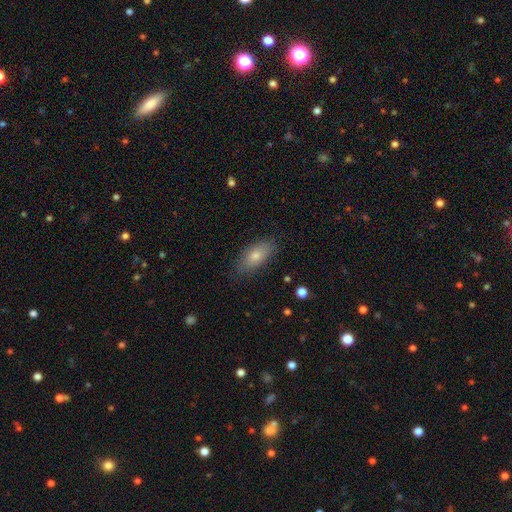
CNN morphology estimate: type=smooth (74%); roundness=in between (85%); merging=none (83%).